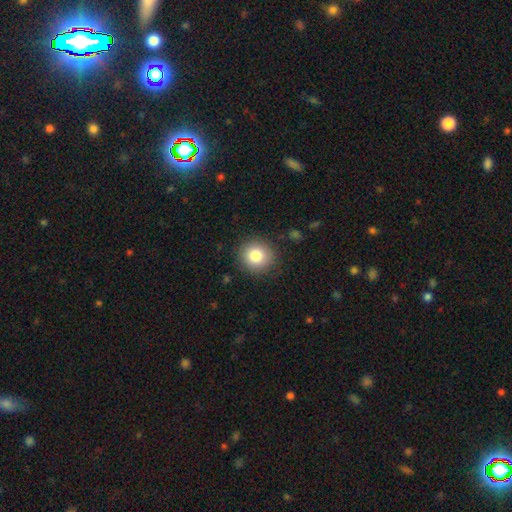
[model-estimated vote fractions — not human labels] Smooth or featured?
  - smooth: 82% *
  - star or artifact: 10%
  - featured or disk: 8%
How rounded?
  - round: 91% *
  - in between: 8%
  - cigar-shaped: 1%
Merging?
  - none: 88% *
  - minor disturbance: 8%
  - major disturbance: 2%
  - merger: 1%